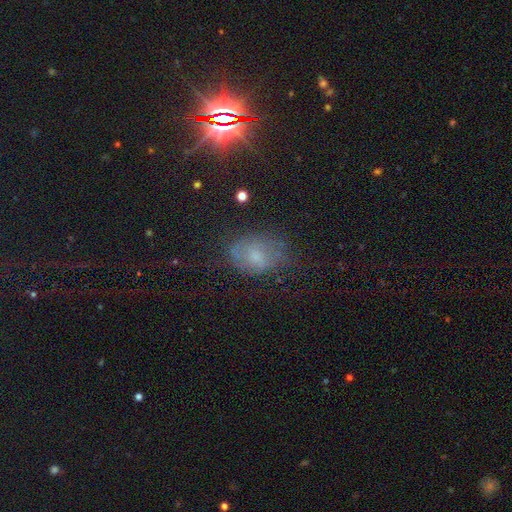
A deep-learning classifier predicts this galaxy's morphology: This appears to be a smooth galaxy with no disk features (49%). Merging: none (60%).